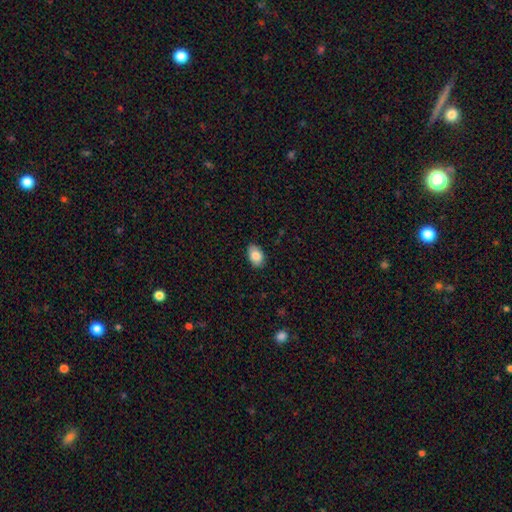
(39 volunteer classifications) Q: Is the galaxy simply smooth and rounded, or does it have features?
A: smooth — 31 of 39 (79%).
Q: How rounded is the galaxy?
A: in between — 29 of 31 (94%).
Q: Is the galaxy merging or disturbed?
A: none — 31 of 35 (89%).